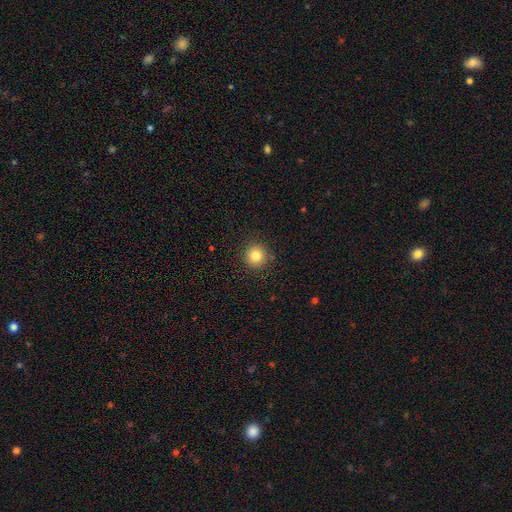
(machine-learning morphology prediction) type=smooth (82%); roundness=round (95%); merging=none (90%).